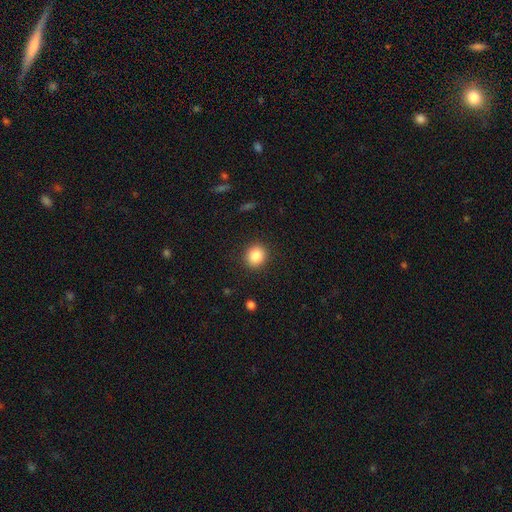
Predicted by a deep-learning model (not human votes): A smooth galaxy with no disk features (86%) that is round (81%). Merging: none (90%).